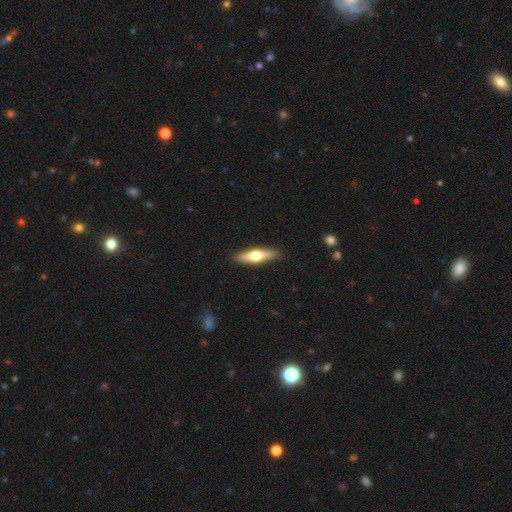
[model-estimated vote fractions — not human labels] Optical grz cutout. It shows a featured or disk galaxy (52%) viewed edge-on (93%). Merging: none (90%).